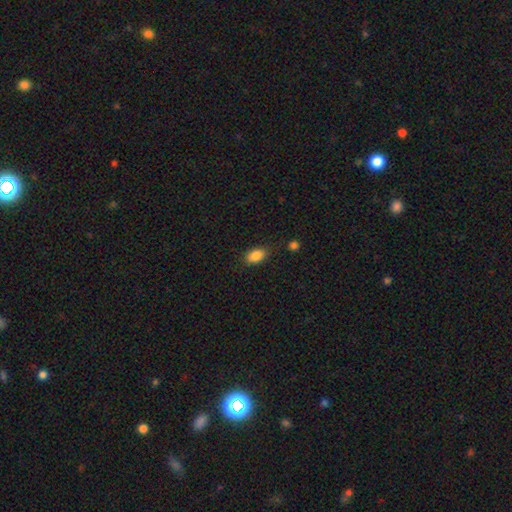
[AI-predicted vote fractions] Smooth or featured?
  - smooth: 87% *
  - star or artifact: 8%
  - featured or disk: 5%
How rounded?
  - in between: 89% *
  - round: 8%
  - cigar-shaped: 3%
Merging?
  - none: 81% *
  - minor disturbance: 13%
  - major disturbance: 3%
  - merger: 2%